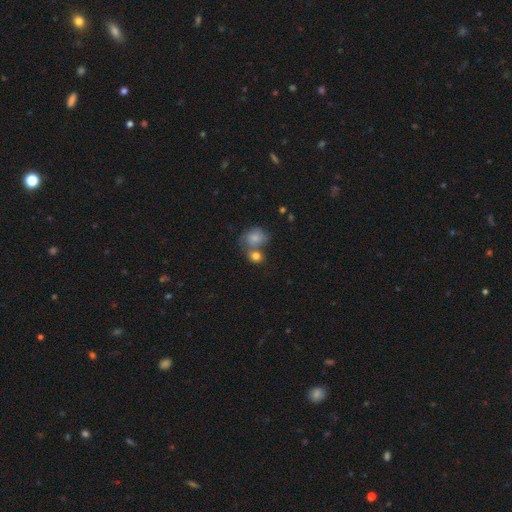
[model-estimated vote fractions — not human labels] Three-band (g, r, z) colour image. It shows a smooth galaxy with no disk features (79%) that is round (66%). Merging: merger (46%).